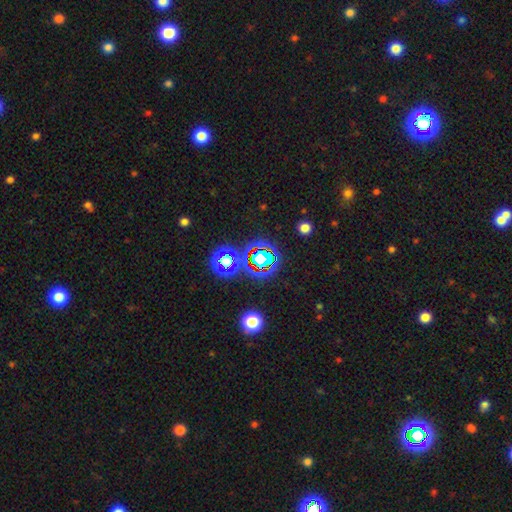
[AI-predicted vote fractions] This appears to be a star or artifact, not a galaxy (75%).